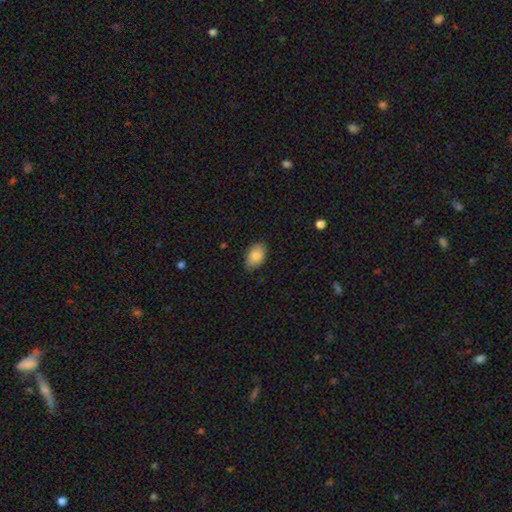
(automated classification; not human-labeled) This is clearly a smooth galaxy (84%). How rounded: clearly in between (89%). Merging: likely none (77%).